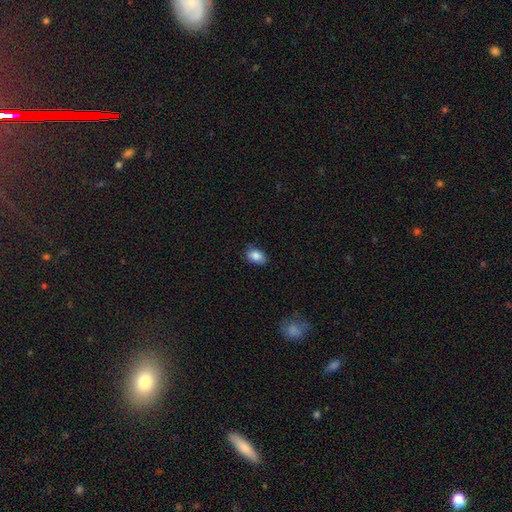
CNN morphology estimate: This is clearly a smooth galaxy (87%). How rounded: clearly in between (87%). Merging: clearly none (81%).